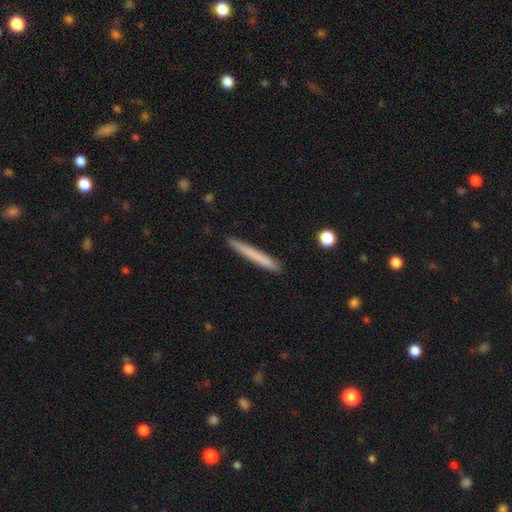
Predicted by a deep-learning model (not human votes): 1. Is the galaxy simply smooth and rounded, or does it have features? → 71% smooth, 23% featured or disk, 6% star or artifact.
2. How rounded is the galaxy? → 97% cigar-shaped, 2% in between, 1% round.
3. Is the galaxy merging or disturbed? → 90% none, 7% minor disturbance, 1% major disturbance, 1% merger.